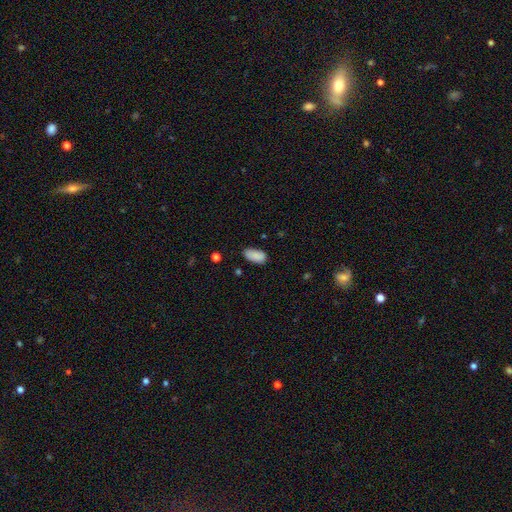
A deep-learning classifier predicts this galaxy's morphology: smooth 87%, star or artifact 7%, featured or disk 6%. Down the decision tree: how rounded — in between (94%); merging — none (76%).